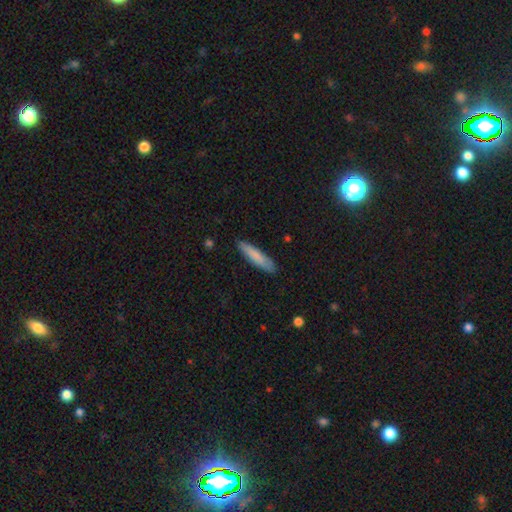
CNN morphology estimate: smooth 79%, featured or disk 15%, star or artifact 6%. Down the decision tree: how rounded — cigar-shaped (83%); merging — none (86%).